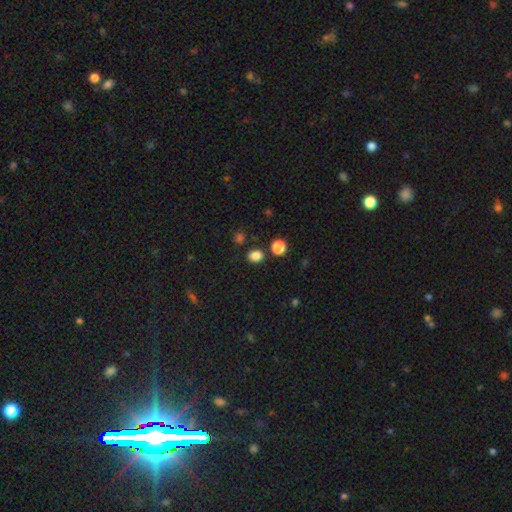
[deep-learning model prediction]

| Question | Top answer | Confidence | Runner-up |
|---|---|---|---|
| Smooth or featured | smooth | 83% | star or artifact (13%) |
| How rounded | round | 51% | in between (48%) |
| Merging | none | 83% | minor disturbance (9%) |